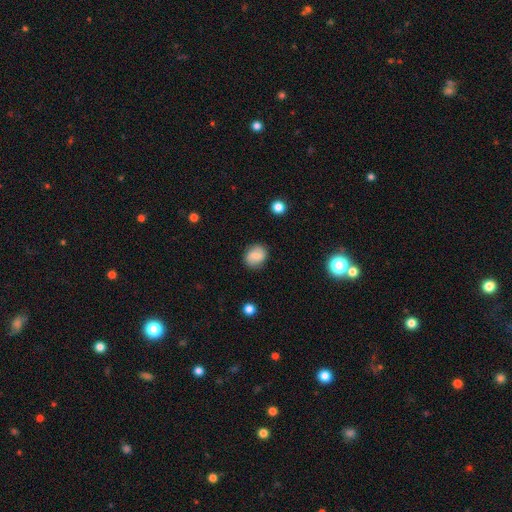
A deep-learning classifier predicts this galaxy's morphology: smooth 64%, featured or disk 27%, star or artifact 9%. Down the decision tree: how rounded — round (62%); merging — none (83%).